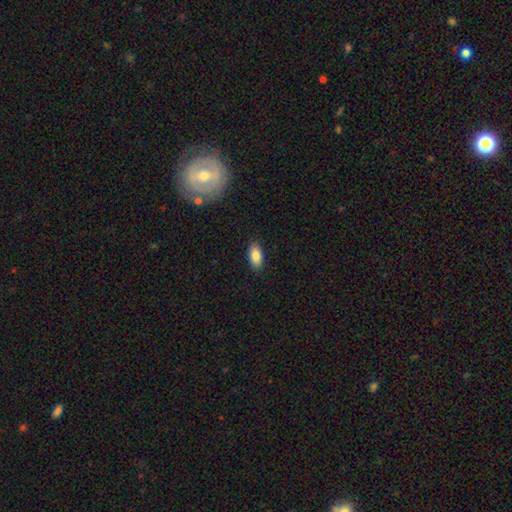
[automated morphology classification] Q: Smooth or featured?
A: smooth (85%); runner-up: star or artifact (8%)
Q: How rounded?
A: in between (91%); runner-up: cigar-shaped (5%)
Q: Merging?
A: none (88%); runner-up: minor disturbance (9%)